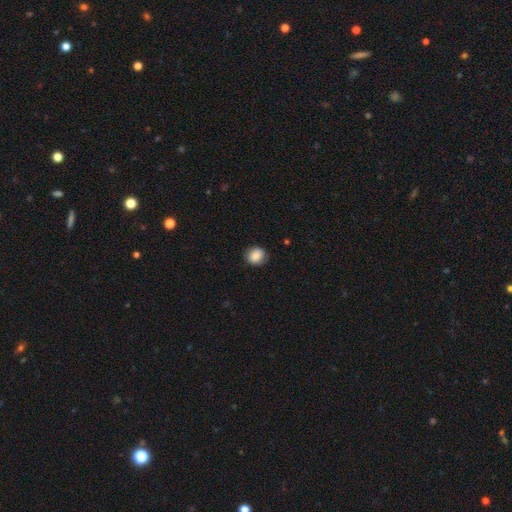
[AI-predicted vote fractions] Smooth or featured?
  - smooth: 86% *
  - star or artifact: 8%
  - featured or disk: 6%
How rounded?
  - round: 76% *
  - in between: 23%
  - cigar-shaped: 1%
Merging?
  - none: 82% *
  - minor disturbance: 14%
  - major disturbance: 3%
  - merger: 1%